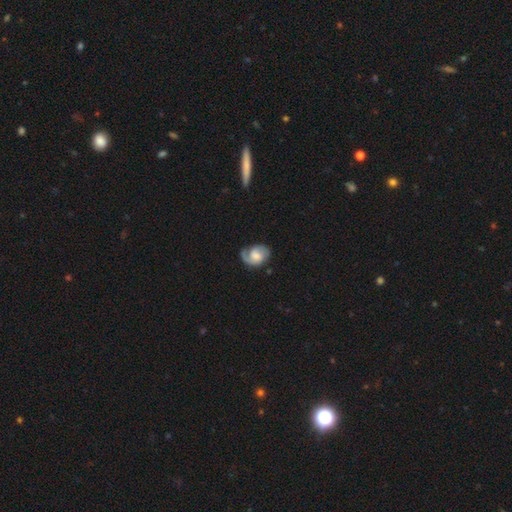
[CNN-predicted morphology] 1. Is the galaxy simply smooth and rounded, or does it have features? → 65% featured or disk, 29% smooth, 7% star or artifact.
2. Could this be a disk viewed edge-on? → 97% no, 3% yes.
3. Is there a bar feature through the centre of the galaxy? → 55% no, 37% weak, 7% strong.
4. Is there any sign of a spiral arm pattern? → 91% yes, 9% no.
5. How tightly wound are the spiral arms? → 41% medium, 37% tight, 21% loose.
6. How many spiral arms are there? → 52% 2, 36% 1, 8% can't tell, 2% 3, 1% 4, 1% more than 4.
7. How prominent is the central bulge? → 35% moderate, 25% large, 22% small, 15% none, 3% dominant.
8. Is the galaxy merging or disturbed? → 58% none, 25% minor disturbance, 15% major disturbance, 2% merger.